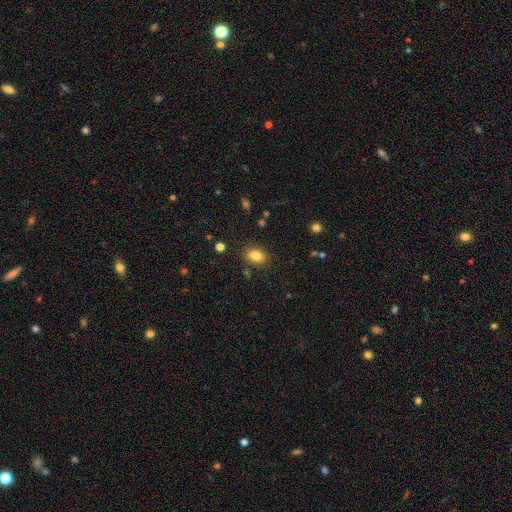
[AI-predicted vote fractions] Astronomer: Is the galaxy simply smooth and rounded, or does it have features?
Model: smooth — 83%.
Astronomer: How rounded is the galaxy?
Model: in between — 79%.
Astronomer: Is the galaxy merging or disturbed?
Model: none — 83%.